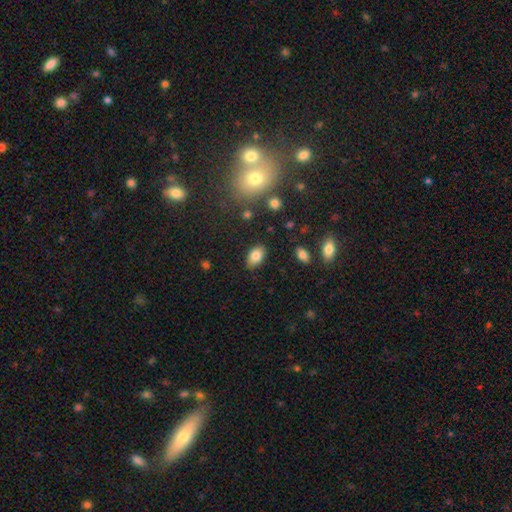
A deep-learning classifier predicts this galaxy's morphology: Smooth or featured? smooth (82%)
How rounded? in between (91%)
Merging? none (83%)